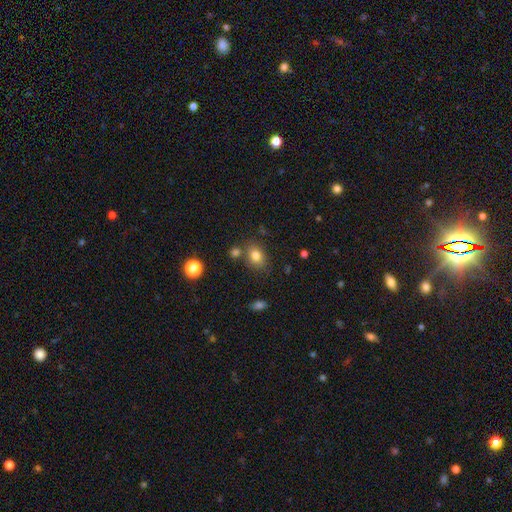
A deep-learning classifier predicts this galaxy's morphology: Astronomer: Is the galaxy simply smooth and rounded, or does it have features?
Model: smooth — 80%.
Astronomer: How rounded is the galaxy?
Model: in between — 63%.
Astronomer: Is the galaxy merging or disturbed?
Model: none — 73%.